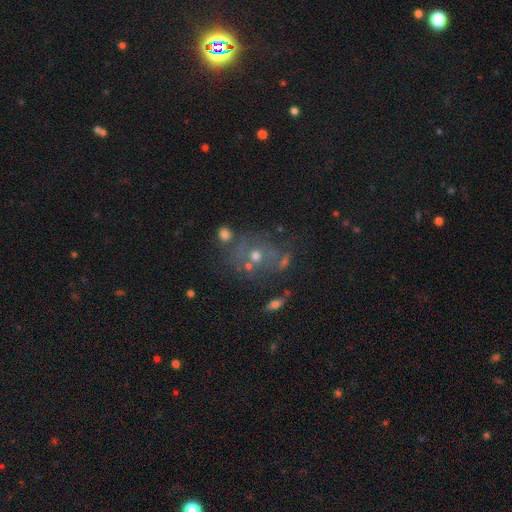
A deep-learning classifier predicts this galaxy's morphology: Overall: featured or disk (39%; smooth 37%). Merging: none (49%; merger 20%).